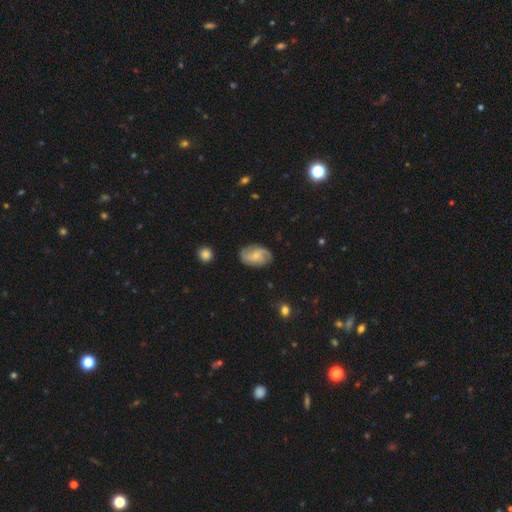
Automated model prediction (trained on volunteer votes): Smooth or featured? featured or disk (61%)
Edge-on disk? no (97%)
Bar? no (51%)
Spiral arms? yes (91%)
Spiral winding? medium (41%)
Spiral arm count? 2 (71%)
Bulge size? small (66%)
Merging? none (79%)